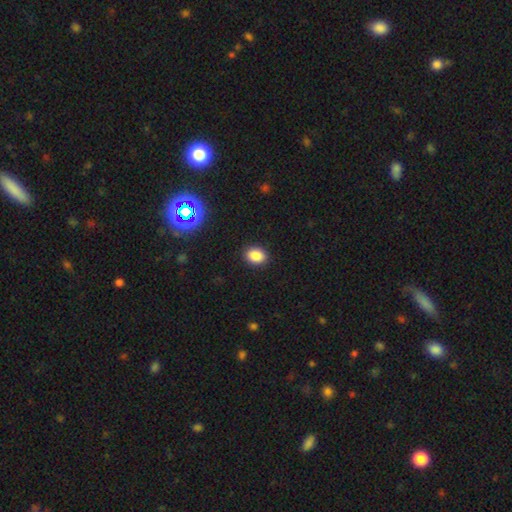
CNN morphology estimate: Overall: smooth (86%). How rounded: in between (60%; round 39%). Merging: none (89%).